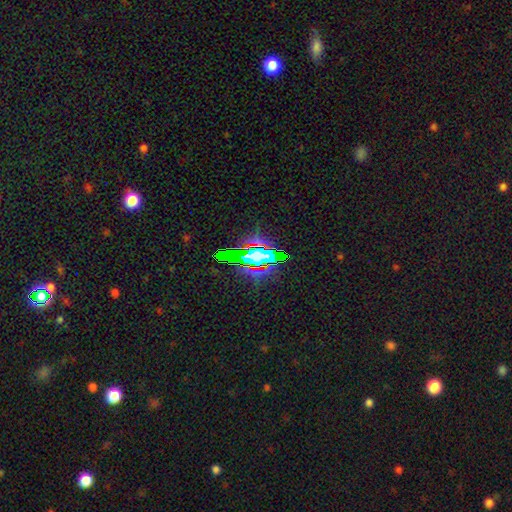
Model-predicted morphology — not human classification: Smooth or featured?
  - star or artifact: 59% *
  - smooth: 24%
  - featured or disk: 18%